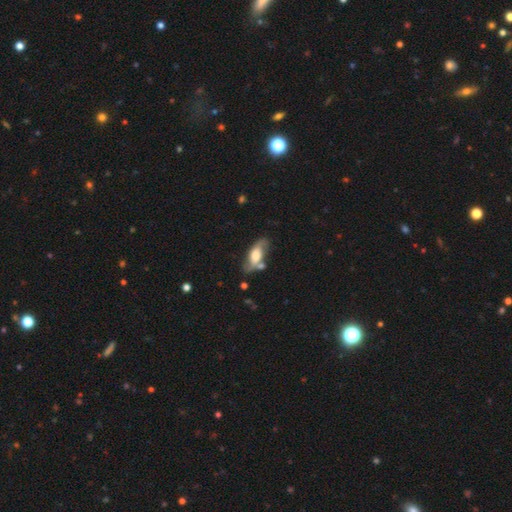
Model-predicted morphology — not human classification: type=featured or disk (55%); edge-on=no (78%); merging=none (61%).